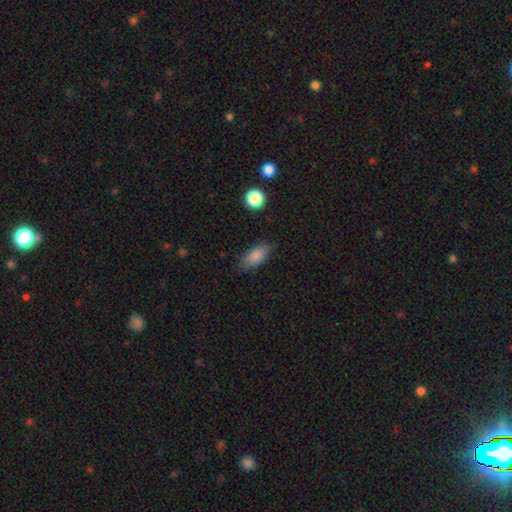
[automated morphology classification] Q: Smooth or featured?
A: smooth (85%); runner-up: star or artifact (8%)
Q: How rounded?
A: in between (86%); runner-up: cigar-shaped (11%)
Q: Merging?
A: none (80%); runner-up: minor disturbance (15%)